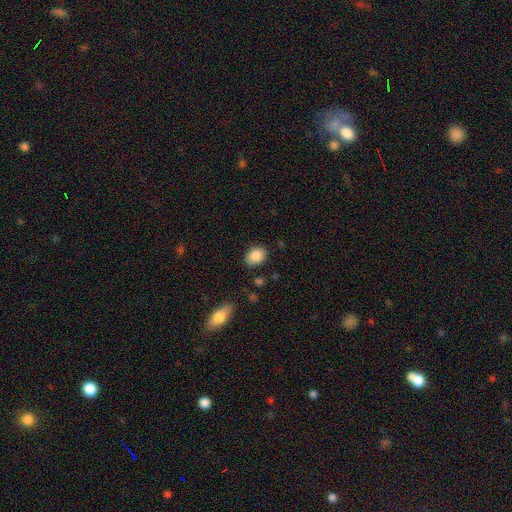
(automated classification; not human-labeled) This is clearly a smooth galaxy (87%). How rounded: likely in between (71%). Merging: clearly none (84%).